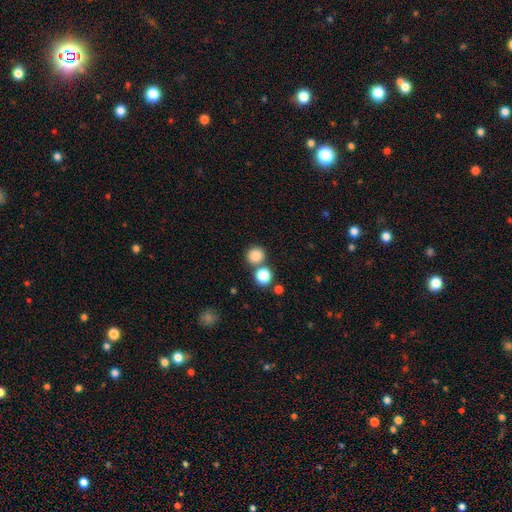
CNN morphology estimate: Q: Smooth or featured?
A: smooth (83%); runner-up: star or artifact (12%)
Q: How rounded?
A: round (87%); runner-up: in between (12%)
Q: Merging?
A: none (67%); runner-up: merger (22%)